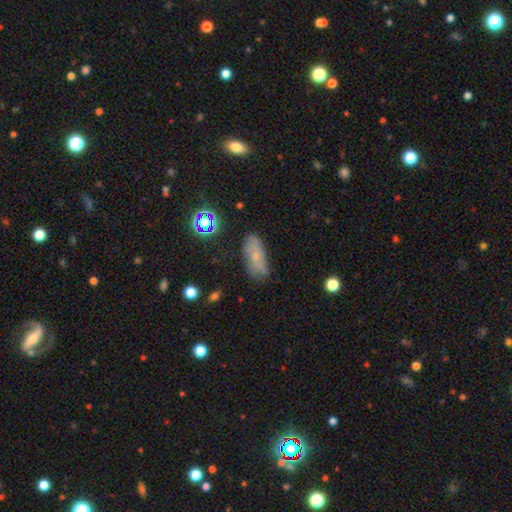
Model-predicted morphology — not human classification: Q: Smooth or featured?
A: smooth (58%); runner-up: featured or disk (28%)
Q: How rounded?
A: in between (81%); runner-up: cigar-shaped (14%)
Q: Merging?
A: none (69%); runner-up: minor disturbance (22%)